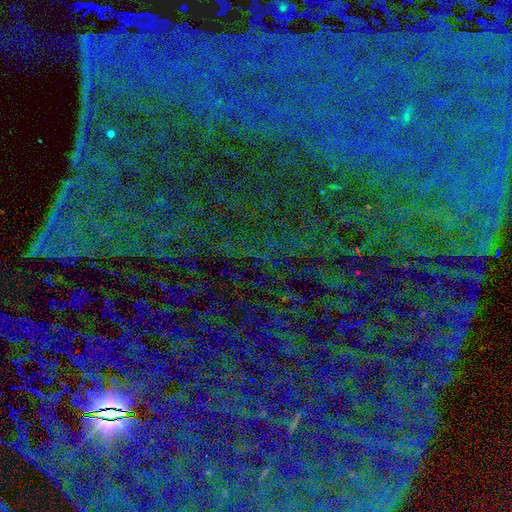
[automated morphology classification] Q: Smooth or featured?
A: star or artifact (83%); runner-up: smooth (9%)